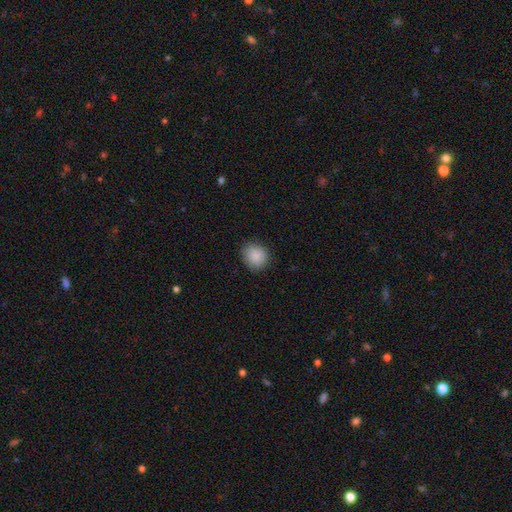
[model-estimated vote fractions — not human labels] smooth_or_featured: smooth (p=0.89) [alt: star or artifact p=0.08]
how_rounded: round (p=0.77) [alt: in between p=0.22]
merging: none (p=0.87) [alt: minor disturbance p=0.09]